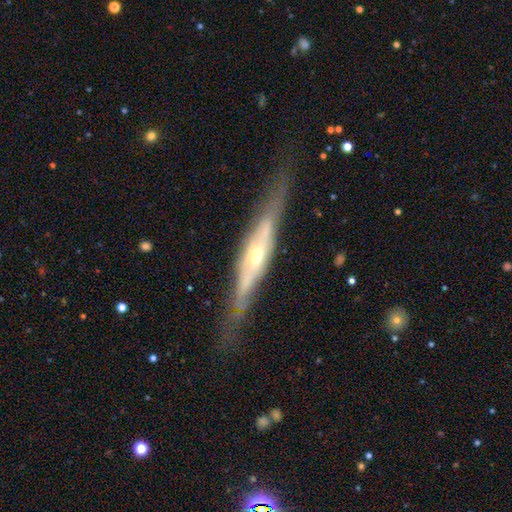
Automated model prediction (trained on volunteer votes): smooth_or_featured: featured or disk (p=0.73) [alt: smooth p=0.21]
disk_edge_on: yes (p=0.81) [alt: no p=0.19]
edge_on_bulge: rounded (p=0.78) [alt: none p=0.13]
merging: none (p=0.66) [alt: minor disturbance p=0.21]